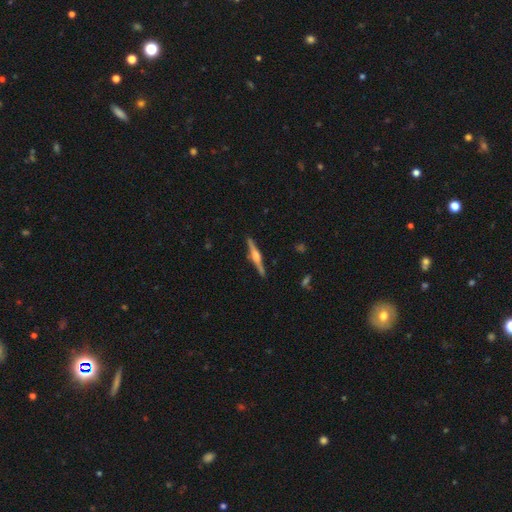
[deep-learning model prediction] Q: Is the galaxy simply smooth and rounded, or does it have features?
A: featured or disk — 78%.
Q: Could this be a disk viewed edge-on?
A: yes — 98%.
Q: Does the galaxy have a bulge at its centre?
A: rounded — 82%.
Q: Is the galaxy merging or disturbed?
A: none — 90%.